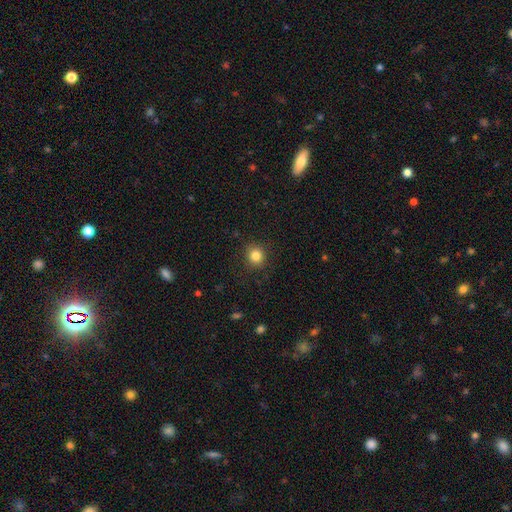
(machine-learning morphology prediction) smooth 84%, star or artifact 11%, featured or disk 5%. Down the decision tree: how rounded — round (87%); merging — none (90%).